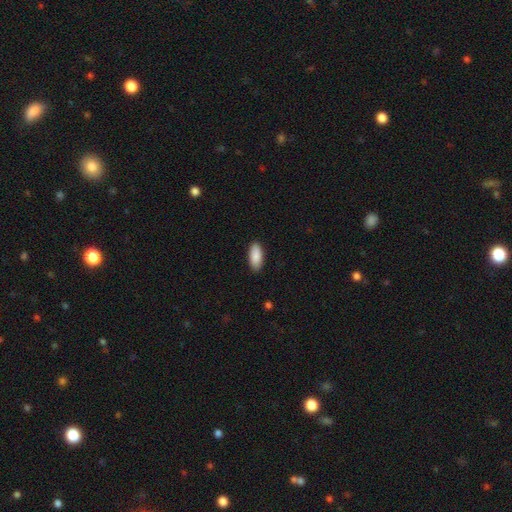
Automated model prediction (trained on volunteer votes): This appears to be a smooth galaxy with no disk features (90%) that is in between round and cigar-shaped (87%). Merging: none (89%).